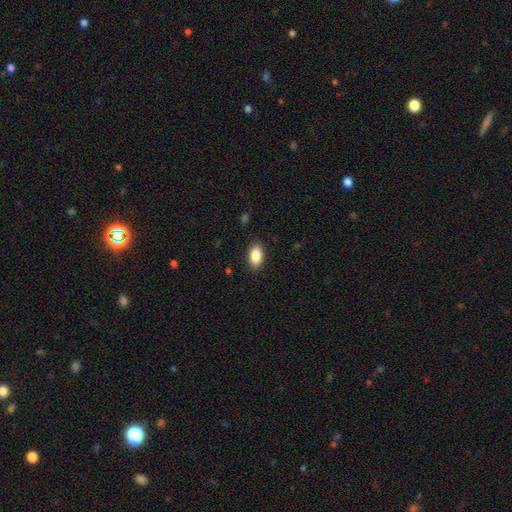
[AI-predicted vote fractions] Smooth or featured: smooth — 87% (star or artifact — 7%)
How rounded: in between — 92% (round — 4%)
Merging: none — 88% (minor disturbance — 9%)